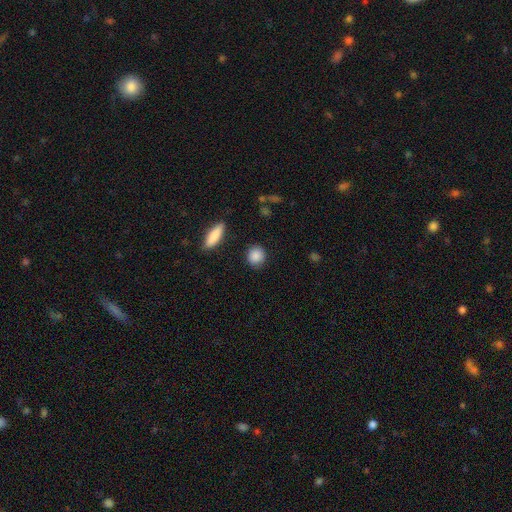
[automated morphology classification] This appears to be a smooth galaxy with no disk features (88%) that is round (79%). Merging: none (89%).